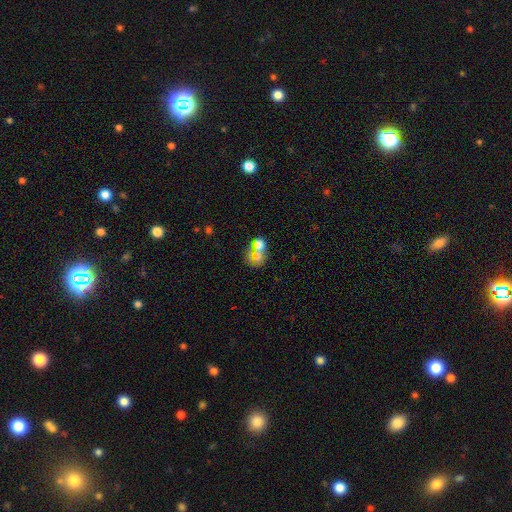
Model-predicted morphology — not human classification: Smooth or featured?
  - smooth: 53% *
  - featured or disk: 35%
  - star or artifact: 12%
How rounded?
  - in between: 55% *
  - round: 43%
  - cigar-shaped: 1%
Merging?
  - merger: 57% *
  - none: 24%
  - minor disturbance: 10%
  - major disturbance: 9%